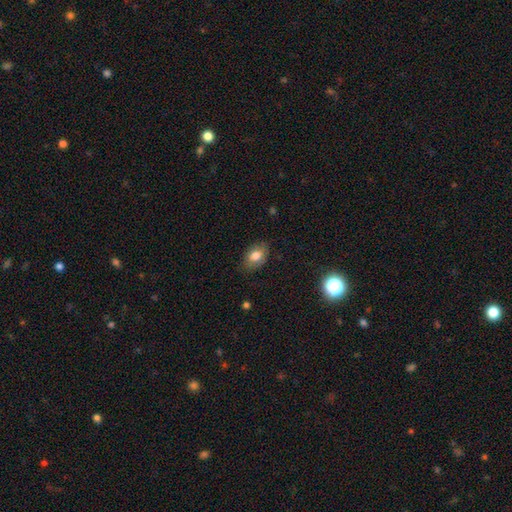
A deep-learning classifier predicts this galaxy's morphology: Smooth or featured?
  - smooth: 77% *
  - featured or disk: 14%
  - star or artifact: 9%
How rounded?
  - in between: 85% *
  - round: 14%
  - cigar-shaped: 1%
Merging?
  - none: 80% *
  - minor disturbance: 16%
  - major disturbance: 3%
  - merger: 1%